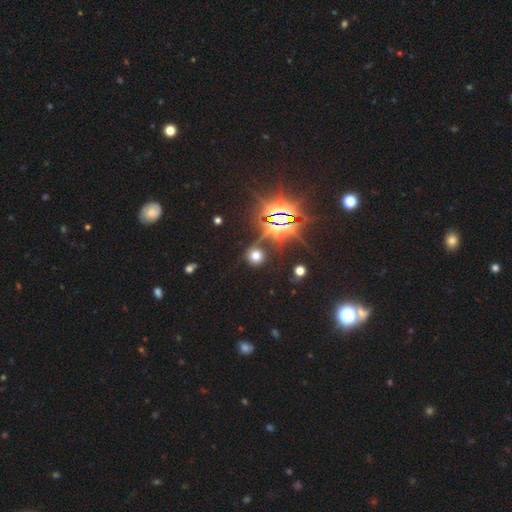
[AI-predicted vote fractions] smooth-or-featured: smooth: 56% | star or artifact: 36% | featured or disk: 9%
  how-rounded: round: 90% | in between: 8% | cigar-shaped: 2%
  merging: none: 80% | minor disturbance: 10% | merger: 5% | major disturbance: 5%